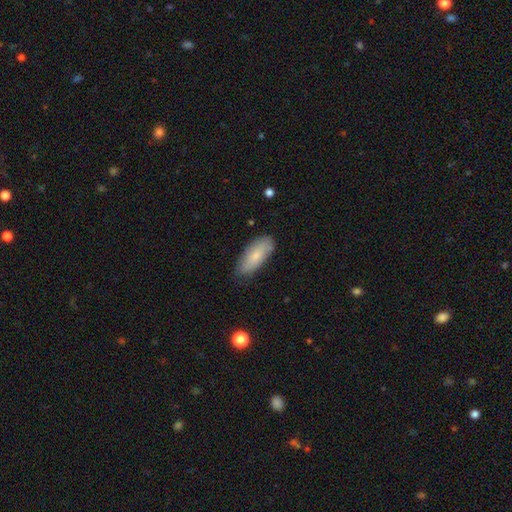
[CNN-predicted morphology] Overall: smooth (74%). How rounded: in between (82%). Merging: none (76%).